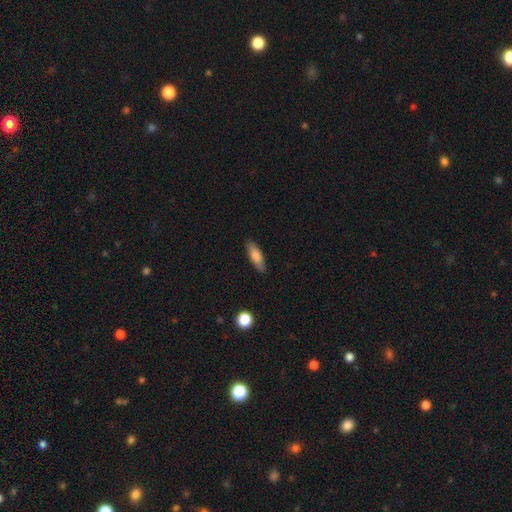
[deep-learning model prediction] Smooth or featured: smooth — 77% (featured or disk — 17%)
How rounded: in between — 52% (cigar-shaped — 46%)
Merging: none — 87% (minor disturbance — 10%)